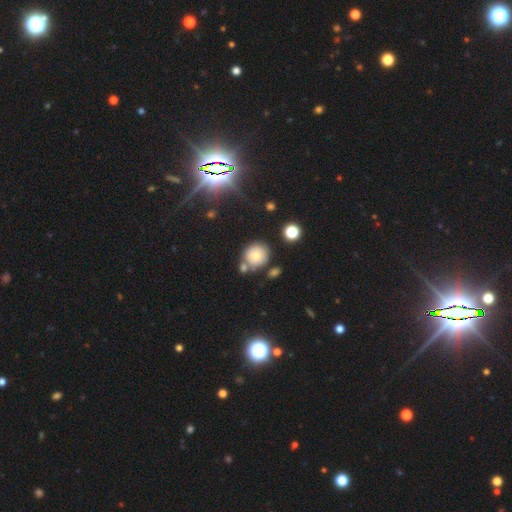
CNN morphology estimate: Smooth or featured?
  - smooth: 72% *
  - featured or disk: 15%
  - star or artifact: 12%
How rounded?
  - round: 86% *
  - in between: 13%
  - cigar-shaped: 1%
Merging?
  - none: 64% *
  - merger: 17%
  - minor disturbance: 14%
  - major disturbance: 4%